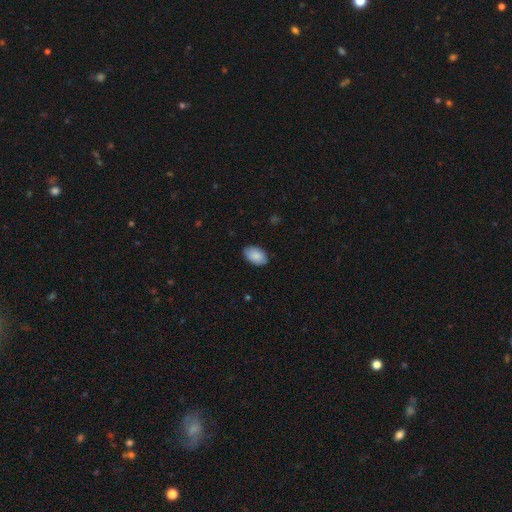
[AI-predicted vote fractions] A smooth galaxy with no disk features (89%) that is in between round and cigar-shaped (92%). Merging: none (86%).